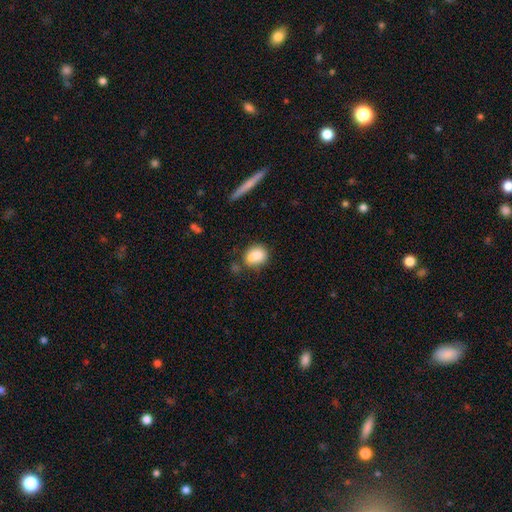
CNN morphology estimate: smooth_or_featured: smooth (p=0.85) [alt: star or artifact p=0.08]
how_rounded: in between (p=0.50) [alt: round p=0.48]
merging: none (p=0.64) [alt: minor disturbance p=0.21]